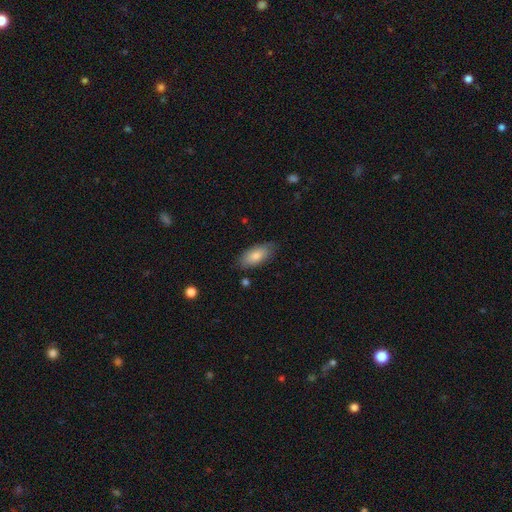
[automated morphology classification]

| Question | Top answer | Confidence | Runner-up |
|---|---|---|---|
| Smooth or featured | smooth | 81% | featured or disk (13%) |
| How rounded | in between | 89% | cigar-shaped (9%) |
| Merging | none | 79% | minor disturbance (16%) |